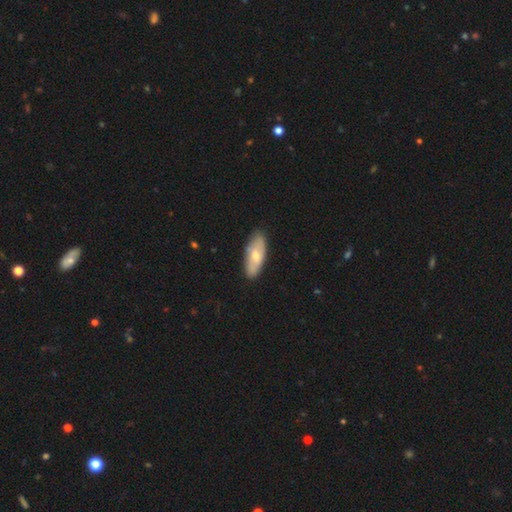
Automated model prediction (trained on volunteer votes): A smooth galaxy with no disk features (64%) that is in between round and cigar-shaped (77%).

Vote fractions:
- Smooth or featured? smooth: 64% / featured or disk: 31% / star or artifact: 5%
- How rounded? in between: 77% / cigar-shaped: 20% / round: 2%
- Merging? none: 80% / minor disturbance: 16% / major disturbance: 3% / merger: 2%